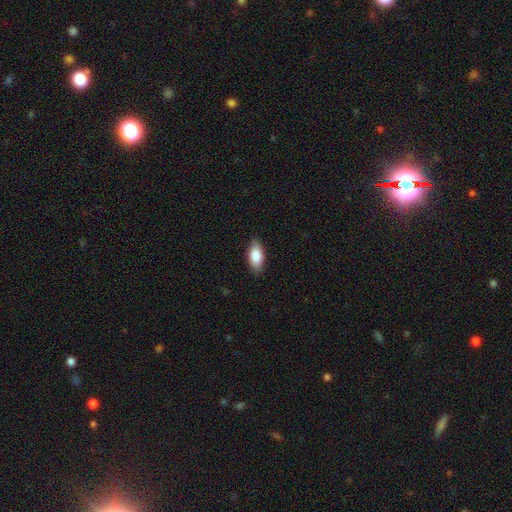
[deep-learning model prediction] smooth_or_featured: smooth (p=0.83) [alt: featured or disk p=0.11]
how_rounded: in between (p=0.89) [alt: cigar-shaped p=0.08]
merging: none (p=0.85) [alt: minor disturbance p=0.11]